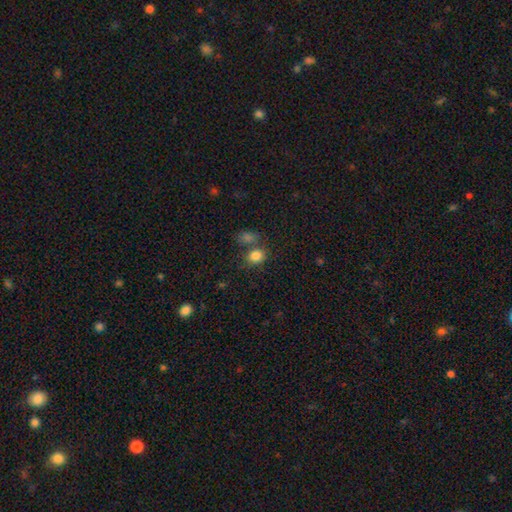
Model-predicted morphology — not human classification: This is clearly a smooth galaxy (83%). How rounded: possibly round (60%). Merging: likely none (61%).